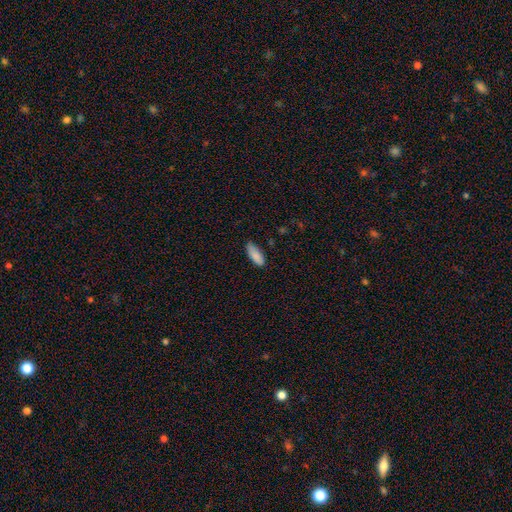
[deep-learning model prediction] smooth 87%, star or artifact 6%, featured or disk 6%. Down the decision tree: how rounded — in between (75%); merging — none (74%).